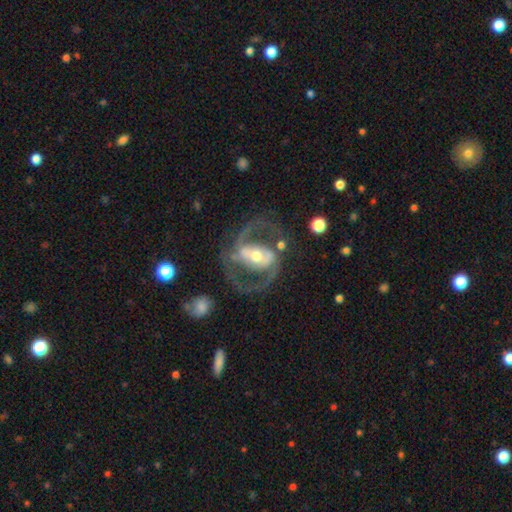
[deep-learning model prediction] Q: Smooth or featured?
A: featured or disk (88%); runner-up: smooth (7%)
Q: Edge-on disk?
A: no (96%); runner-up: yes (4%)
Q: Bar?
A: strong (52%); runner-up: weak (28%)
Q: Spiral arms?
A: yes (91%); runner-up: no (9%)
Q: Spiral winding?
A: medium (59%); runner-up: loose (20%)
Q: Spiral arm count?
A: 2 (91%); runner-up: can't tell (3%)
Q: Bulge size?
A: moderate (59%); runner-up: small (30%)
Q: Merging?
A: none (70%); runner-up: major disturbance (14%)